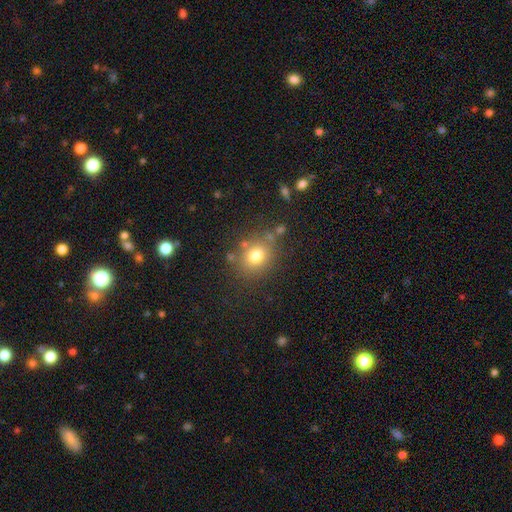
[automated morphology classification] Q: Smooth or featured?
A: smooth (76%); runner-up: star or artifact (14%)
Q: How rounded?
A: round (74%); runner-up: in between (25%)
Q: Merging?
A: none (77%); runner-up: minor disturbance (12%)